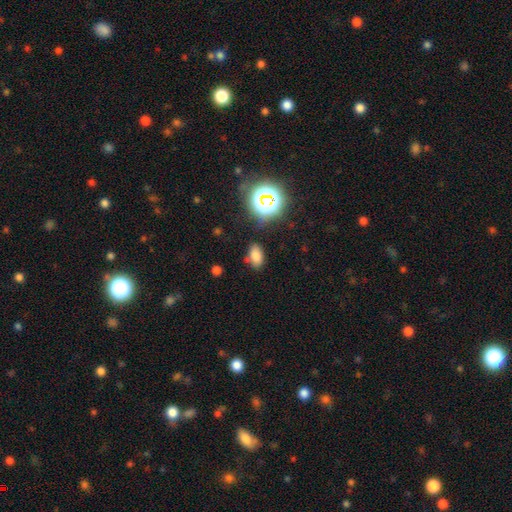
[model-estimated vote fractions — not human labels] Smooth or featured?
  - smooth: 73% *
  - star or artifact: 19%
  - featured or disk: 8%
How rounded?
  - in between: 88% *
  - round: 10%
  - cigar-shaped: 2%
Merging?
  - none: 77% *
  - minor disturbance: 15%
  - major disturbance: 4%
  - merger: 4%